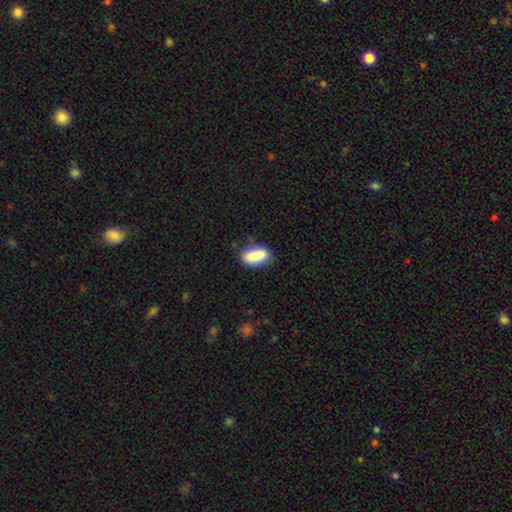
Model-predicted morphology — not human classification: A smooth galaxy with no disk features (85%) that is in between round and cigar-shaped (86%).

Vote fractions:
- Smooth or featured? smooth: 85% / featured or disk: 8% / star or artifact: 7%
- How rounded? in between: 86% / cigar-shaped: 10% / round: 4%
- Merging? none: 70% / minor disturbance: 22% / major disturbance: 5% / merger: 3%